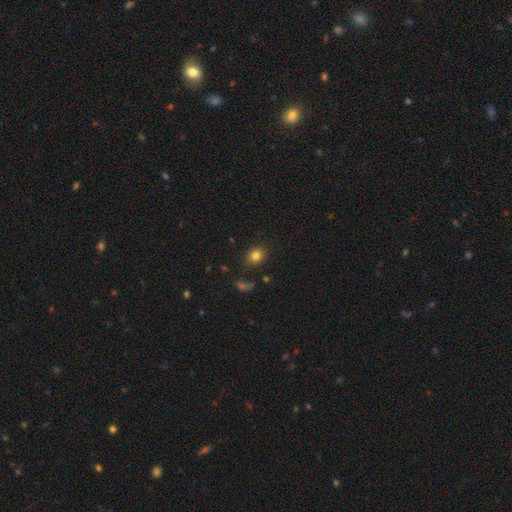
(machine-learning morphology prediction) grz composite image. It shows a smooth galaxy with no disk features (81%) that is in between round and cigar-shaped (54%). Merging: none (82%).